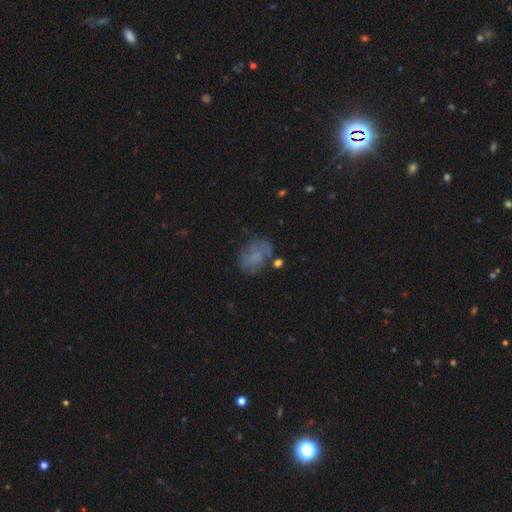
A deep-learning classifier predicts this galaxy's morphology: Smooth or featured: smooth — 47% (featured or disk — 38%)
Merging: none — 51% (minor disturbance — 24%)